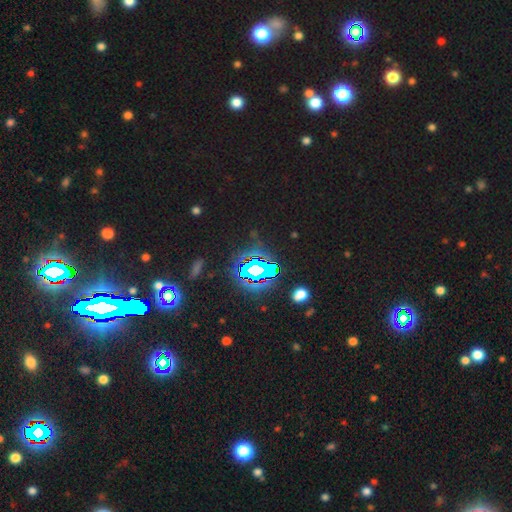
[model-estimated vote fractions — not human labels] This appears to be a star or artifact, not a galaxy (82%).